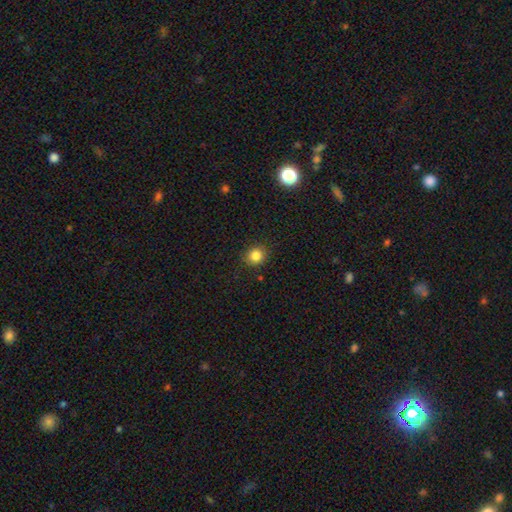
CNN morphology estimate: Smooth or featured?
  - smooth: 83% *
  - star or artifact: 12%
  - featured or disk: 5%
How rounded?
  - round: 86% *
  - in between: 13%
  - cigar-shaped: 1%
Merging?
  - none: 90% *
  - minor disturbance: 7%
  - major disturbance: 2%
  - merger: 1%